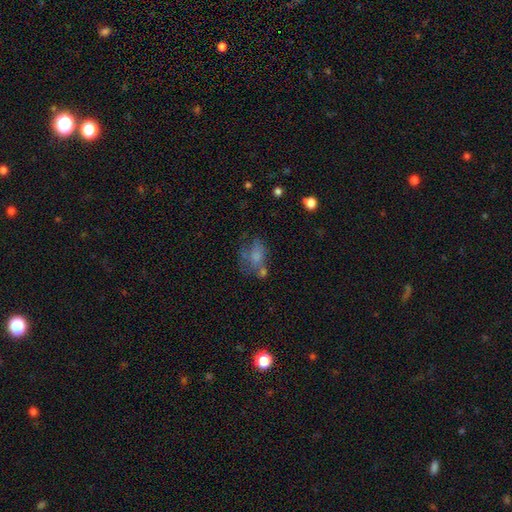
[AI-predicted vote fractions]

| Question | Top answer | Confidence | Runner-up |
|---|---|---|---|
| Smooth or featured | smooth | 59% | featured or disk (28%) |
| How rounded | in between | 70% | round (28%) |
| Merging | none | 33% | major disturbance (26%) |